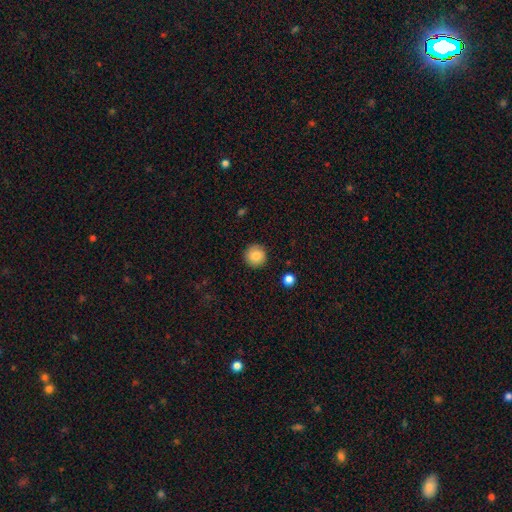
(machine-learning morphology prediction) Smooth or featured? Predicted: smooth (p=0.85). How rounded? Predicted: round (p=0.94). Merging? Predicted: none (p=0.90).